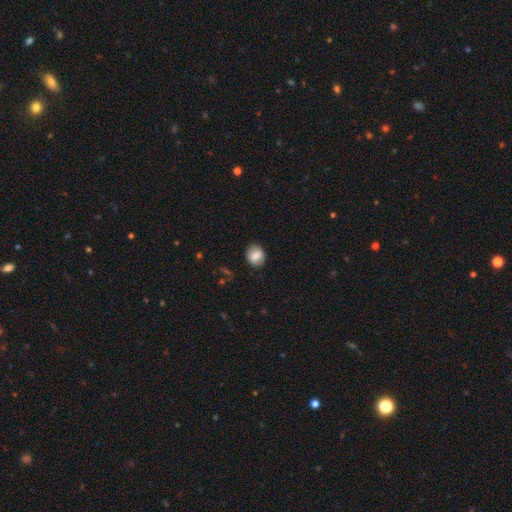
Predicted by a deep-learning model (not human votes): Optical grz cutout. It shows a smooth galaxy with no disk features (83%) that is round (55%). Merging: none (84%).